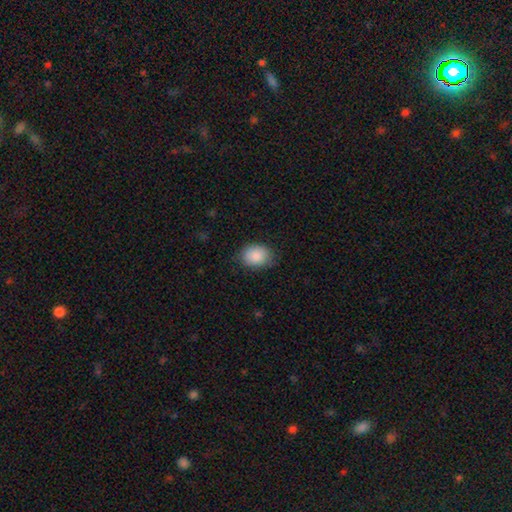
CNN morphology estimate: This appears to be a smooth galaxy with no disk features (88%) that is in between round and cigar-shaped (64%). Merging: none (78%).